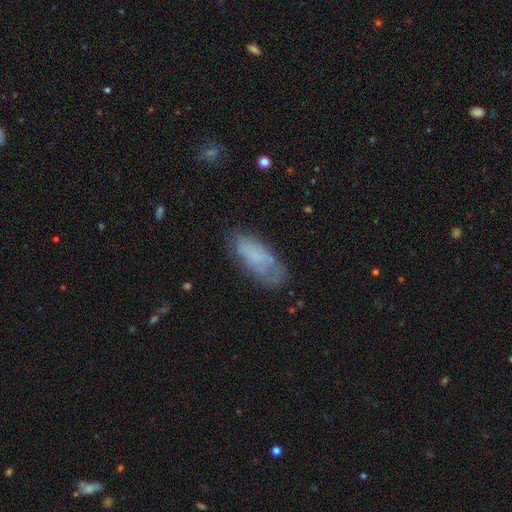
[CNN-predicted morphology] Smooth or featured: smooth — 64% (featured or disk — 26%)
How rounded: in between — 80% (cigar-shaped — 18%)
Merging: none — 54% (minor disturbance — 27%)